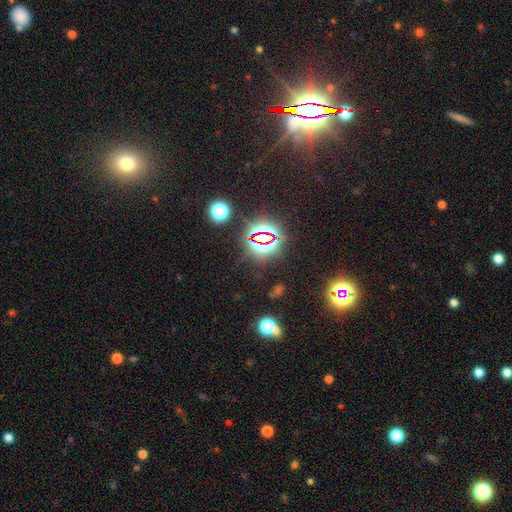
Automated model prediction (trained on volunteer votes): Smooth or featured?
  - star or artifact: 79% *
  - smooth: 14%
  - featured or disk: 8%